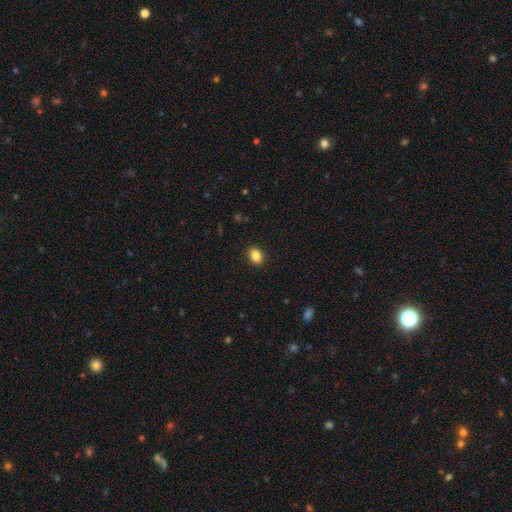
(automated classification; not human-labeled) This is clearly a smooth galaxy (86%). How rounded: likely in between (69%). Merging: clearly none (91%).